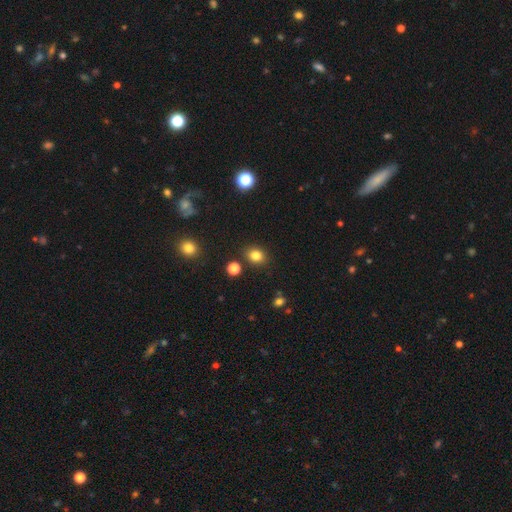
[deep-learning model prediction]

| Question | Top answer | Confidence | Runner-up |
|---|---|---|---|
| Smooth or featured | smooth | 81% | star or artifact (13%) |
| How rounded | round | 60% | in between (39%) |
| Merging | none | 86% | minor disturbance (8%) |